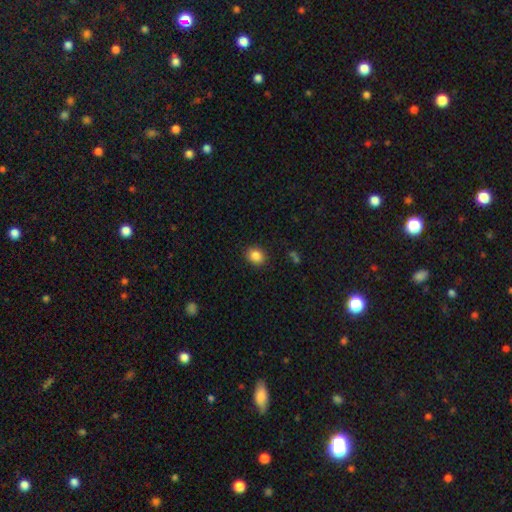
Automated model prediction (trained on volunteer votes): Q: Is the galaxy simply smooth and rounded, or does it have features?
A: smooth — 86%.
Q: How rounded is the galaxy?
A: round — 56%.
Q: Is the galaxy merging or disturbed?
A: none — 87%.